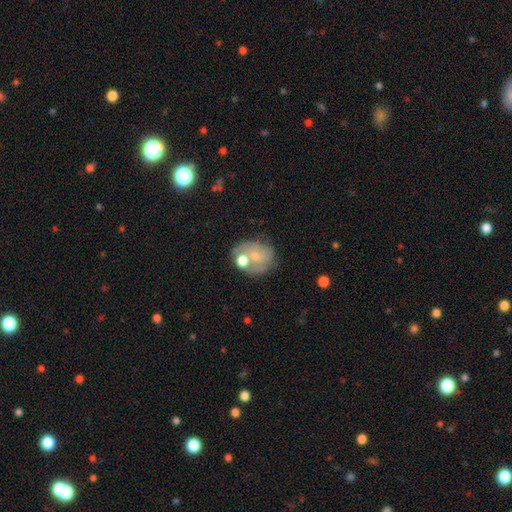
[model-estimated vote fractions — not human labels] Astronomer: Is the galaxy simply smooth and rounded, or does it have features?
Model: featured or disk — 49% (runner-up: smooth, 42%).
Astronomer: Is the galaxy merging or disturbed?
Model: none — 39% (runner-up: merger, 28%).